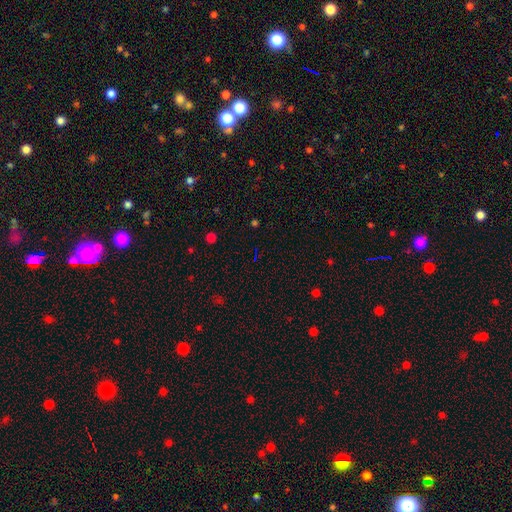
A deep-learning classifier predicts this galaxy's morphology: star or artifact 65%, smooth 28%, featured or disk 8%.